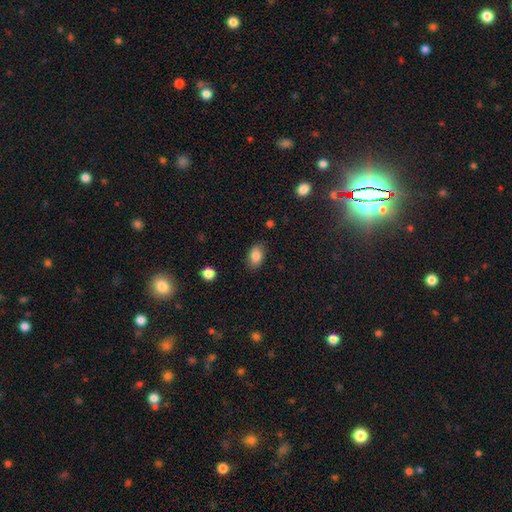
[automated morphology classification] This is clearly a smooth galaxy (86%). How rounded: clearly in between (86%). Merging: clearly none (83%).